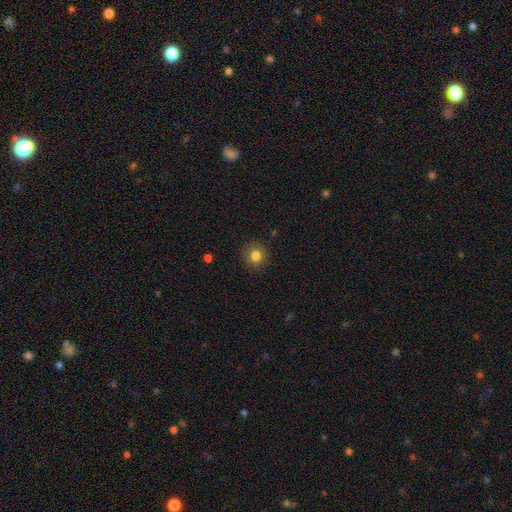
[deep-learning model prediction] Smooth or featured? Predicted: smooth (p=0.82). How rounded? Predicted: round (p=0.87). Merging? Predicted: none (p=0.88).